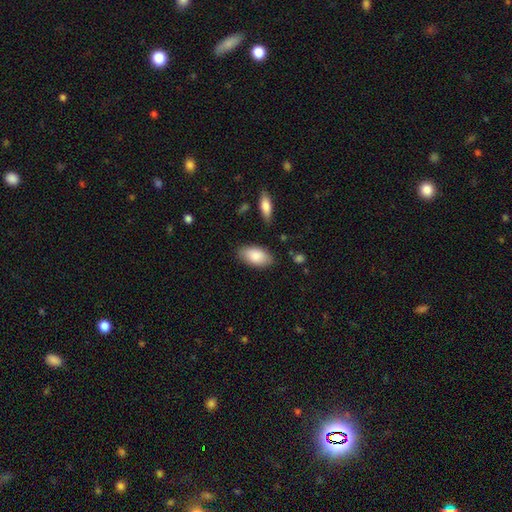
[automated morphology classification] Smooth or featured? smooth (86%)
How rounded? in between (94%)
Merging? none (83%)